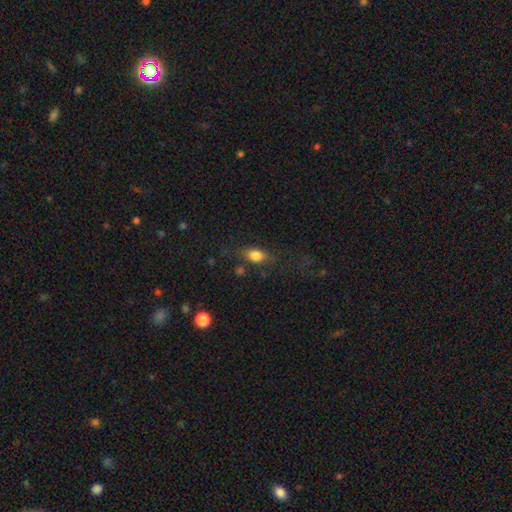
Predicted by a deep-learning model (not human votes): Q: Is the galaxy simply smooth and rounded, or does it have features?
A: smooth — 79%.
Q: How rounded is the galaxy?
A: in between — 77%.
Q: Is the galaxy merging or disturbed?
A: none — 70%.